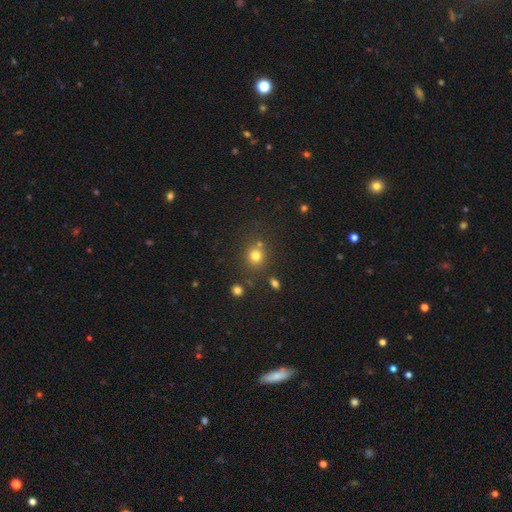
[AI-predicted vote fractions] Q: Smooth or featured?
A: smooth (77%); runner-up: star or artifact (15%)
Q: How rounded?
A: round (83%); runner-up: in between (16%)
Q: Merging?
A: none (73%); runner-up: merger (13%)